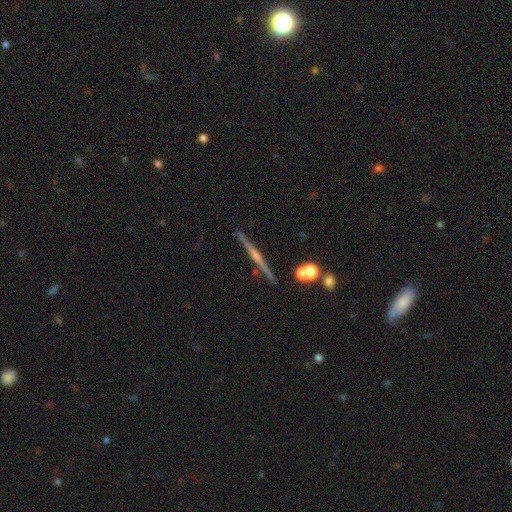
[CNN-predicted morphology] featured or disk 78%, smooth 14%, star or artifact 8%. Down the decision tree: edge-on disk — yes (98%); edge-on bulge — rounded (69%); merging — none (89%).